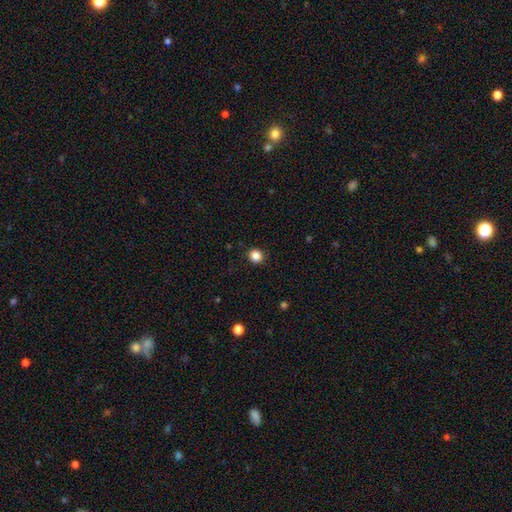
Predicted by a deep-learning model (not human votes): This appears to be a smooth galaxy with no disk features (86%) that is round (86%). Merging: none (91%).